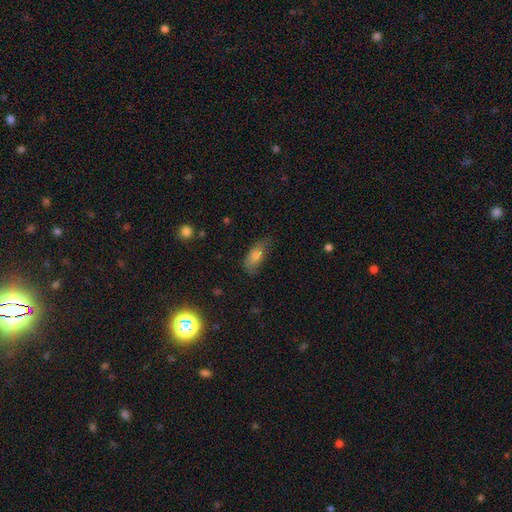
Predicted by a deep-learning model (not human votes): This is likely a smooth galaxy (76%). How rounded: clearly in between (83%). Merging: possibly none (49%).